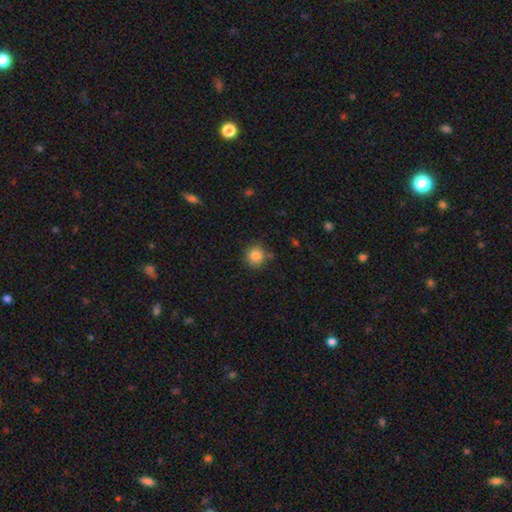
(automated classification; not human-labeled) A smooth galaxy with no disk features (83%) that is round (91%).

Vote fractions:
- Smooth or featured? smooth: 83% / star or artifact: 11% / featured or disk: 6%
- How rounded? round: 91% / in between: 8% / cigar-shaped: 1%
- Merging? none: 84% / minor disturbance: 10% / merger: 4% / major disturbance: 3%